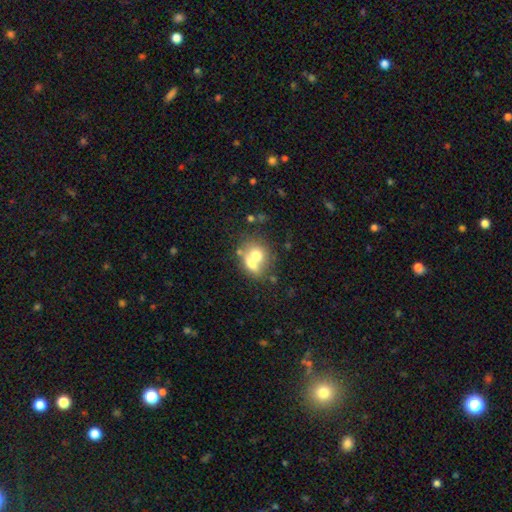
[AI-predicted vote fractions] smooth_or_featured: smooth (p=0.62) [alt: featured or disk p=0.28]
how_rounded: round (p=0.63) [alt: in between p=0.35]
merging: merger (p=0.59) [alt: none p=0.27]